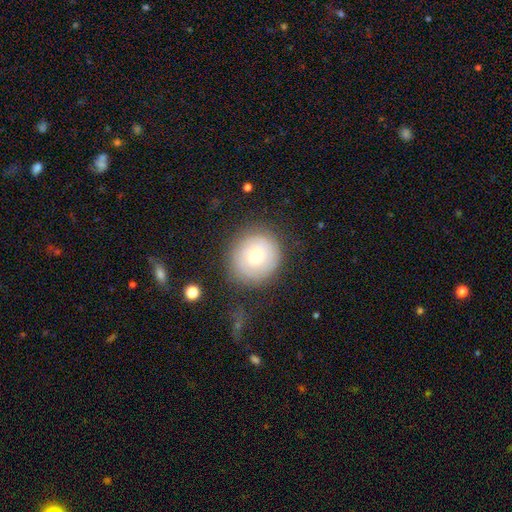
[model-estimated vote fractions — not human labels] smooth_or_featured: smooth (p=0.60) [alt: featured or disk p=0.31]
how_rounded: round (p=0.88) [alt: in between p=0.11]
merging: none (p=0.79) [alt: minor disturbance p=0.13]